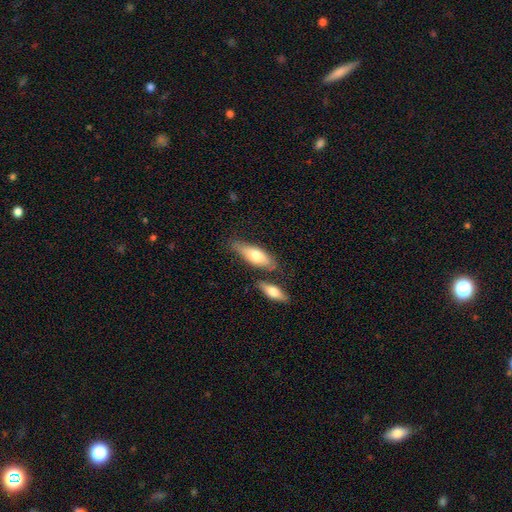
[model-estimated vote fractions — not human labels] smooth-or-featured: smooth: 69% | featured or disk: 25% | star or artifact: 5%
  how-rounded: in between: 66% | cigar-shaped: 32% | round: 2%
  merging: none: 64% | minor disturbance: 17% | merger: 15% | major disturbance: 4%